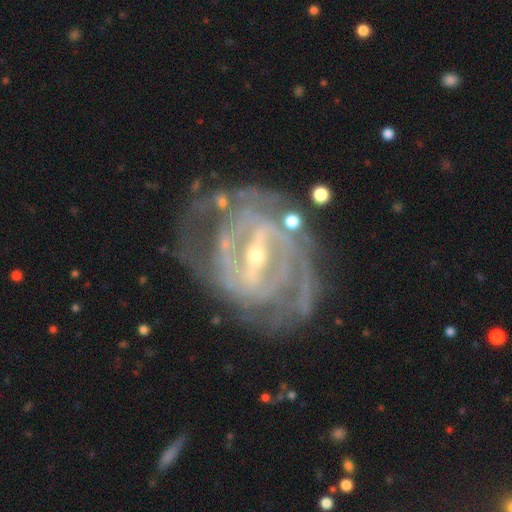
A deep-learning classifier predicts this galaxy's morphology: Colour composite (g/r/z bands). It shows a featured or disk galaxy (91%) with a strong bar (66%), tight (67%) spiral arms (94%) and a small central bulge (64%). Merging: none (67%).